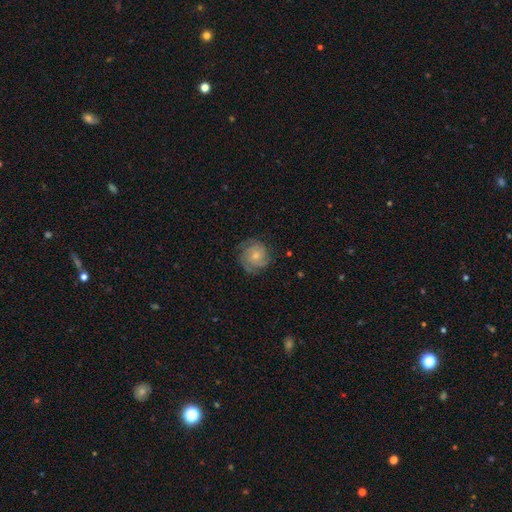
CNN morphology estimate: Smooth or featured: featured or disk — 57% (smooth — 35%)
Edge-on disk: no — 98% (yes — 2%)
Bar: no — 81% (weak — 16%)
Spiral arms: yes — 87% (no — 13%)
Bulge size: small — 60% (moderate — 33%)
Merging: none — 74% (minor disturbance — 18%)